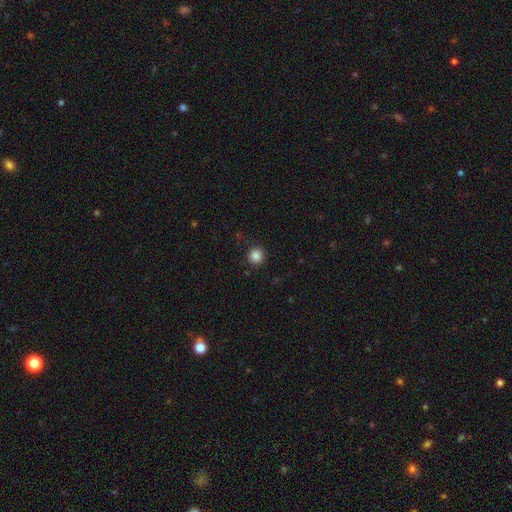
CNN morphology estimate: Smooth or featured? Predicted: smooth (p=0.86). How rounded? Predicted: round (p=0.94). Merging? Predicted: none (p=0.89).